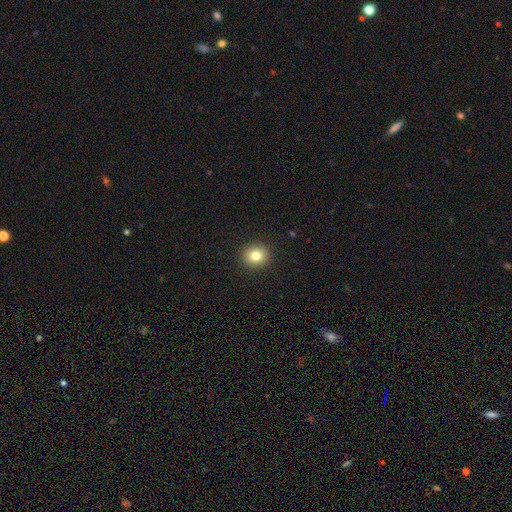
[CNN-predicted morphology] Smooth or featured? smooth (82%)
How rounded? round (83%)
Merging? none (92%)